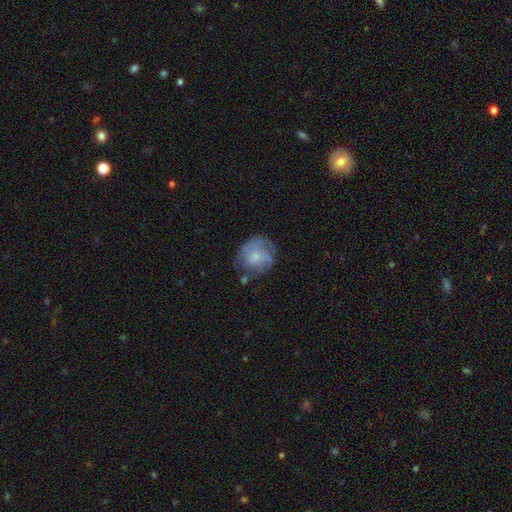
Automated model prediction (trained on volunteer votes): A featured or disk galaxy (49%).

Vote fractions:
- Smooth or featured? featured or disk: 49% / smooth: 43% / star or artifact: 8%
- Merging? none: 59% / minor disturbance: 24% / major disturbance: 13% / merger: 4%